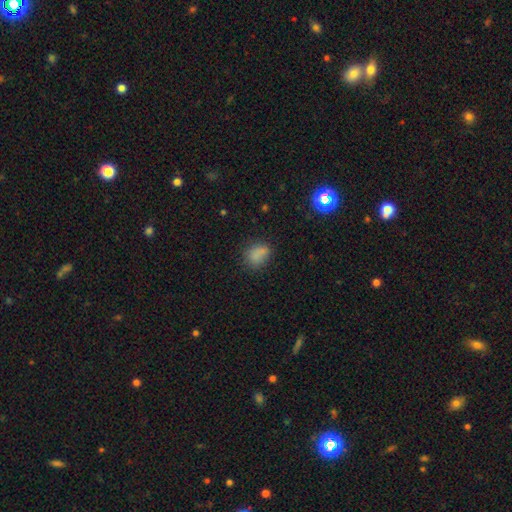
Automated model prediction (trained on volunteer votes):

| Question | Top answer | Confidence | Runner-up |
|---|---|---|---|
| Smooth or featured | smooth | 80% | star or artifact (13%) |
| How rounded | in between | 62% | round (36%) |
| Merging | none | 69% | minor disturbance (21%) |